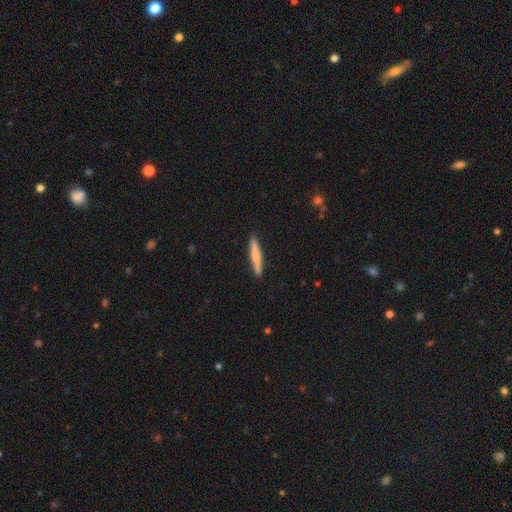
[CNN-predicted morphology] Q: Smooth or featured?
A: smooth (68%); runner-up: featured or disk (26%)
Q: How rounded?
A: cigar-shaped (94%); runner-up: in between (5%)
Q: Merging?
A: none (90%); runner-up: minor disturbance (8%)